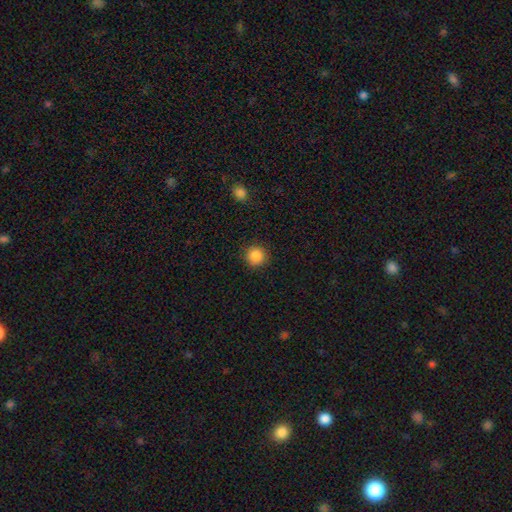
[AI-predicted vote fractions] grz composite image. It shows a smooth galaxy with no disk features (88%) that is round (94%). Merging: none (90%).